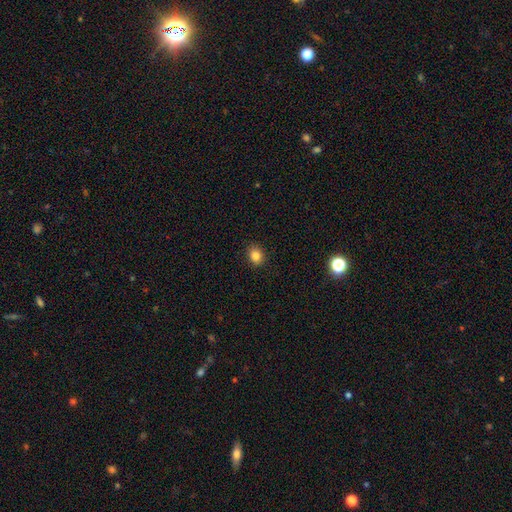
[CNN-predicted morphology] A smooth galaxy with no disk features (83%) that is round (56%). Merging: none (89%).